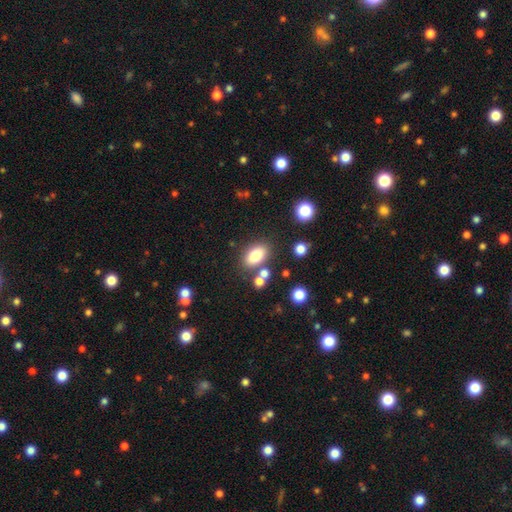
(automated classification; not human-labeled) smooth 80%, star or artifact 10%, featured or disk 10%. Down the decision tree: how rounded — in between (86%); merging — none (75%).